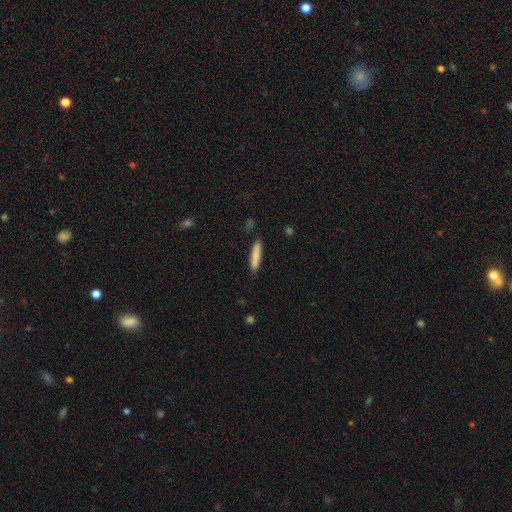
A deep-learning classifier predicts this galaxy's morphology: Smooth or featured?
  - smooth: 83% *
  - featured or disk: 10%
  - star or artifact: 6%
How rounded?
  - cigar-shaped: 90% *
  - in between: 9%
  - round: 1%
Merging?
  - none: 88% *
  - minor disturbance: 9%
  - major disturbance: 2%
  - merger: 2%